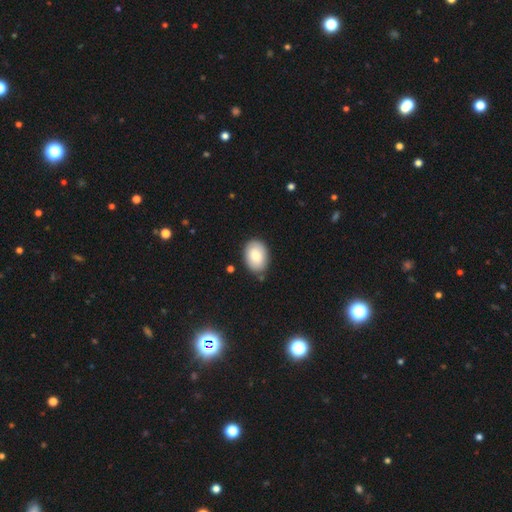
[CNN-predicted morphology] Smooth or featured?
  - smooth: 82% *
  - featured or disk: 12%
  - star or artifact: 6%
How rounded?
  - in between: 82% *
  - round: 17%
  - cigar-shaped: 1%
Merging?
  - none: 81% *
  - minor disturbance: 14%
  - major disturbance: 3%
  - merger: 3%